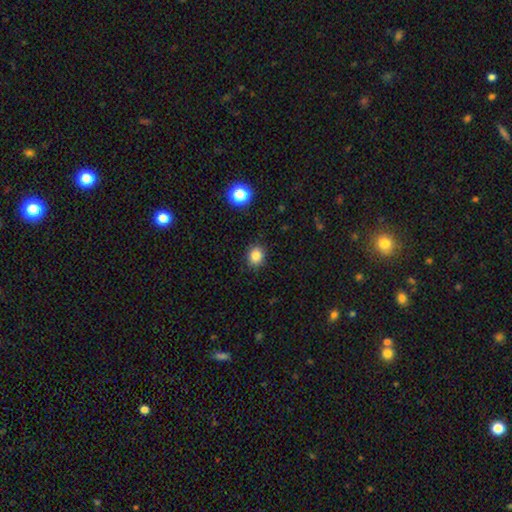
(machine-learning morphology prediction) A smooth galaxy with no disk features (84%) that is round (68%). Merging: none (88%).